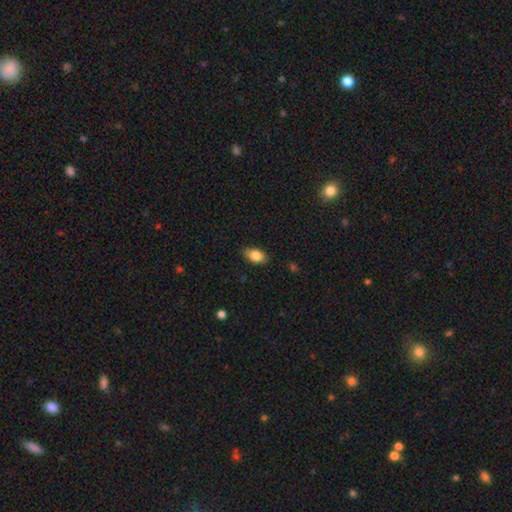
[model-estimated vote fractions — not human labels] Smooth or featured: smooth — 84% (featured or disk — 8%)
How rounded: in between — 89% (round — 8%)
Merging: none — 85% (minor disturbance — 12%)